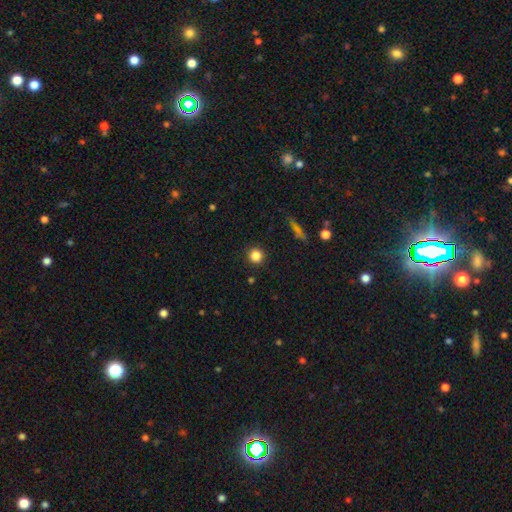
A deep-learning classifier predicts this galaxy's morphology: Smooth or featured? Predicted: smooth (p=0.84). How rounded? Predicted: round (p=0.94). Merging? Predicted: none (p=0.91).